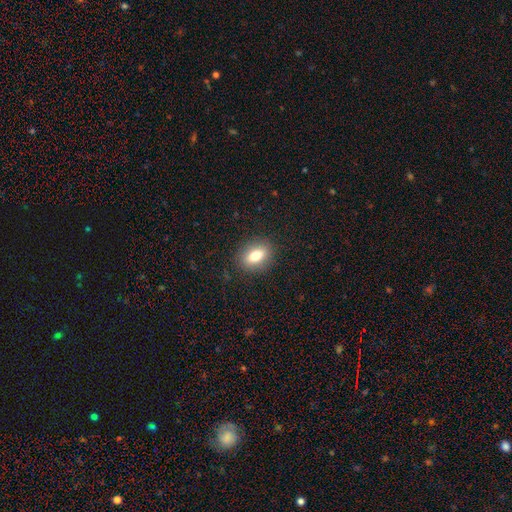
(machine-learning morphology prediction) A smooth galaxy with no disk features (77%) that is in between round and cigar-shaped (76%). Merging: none (87%).